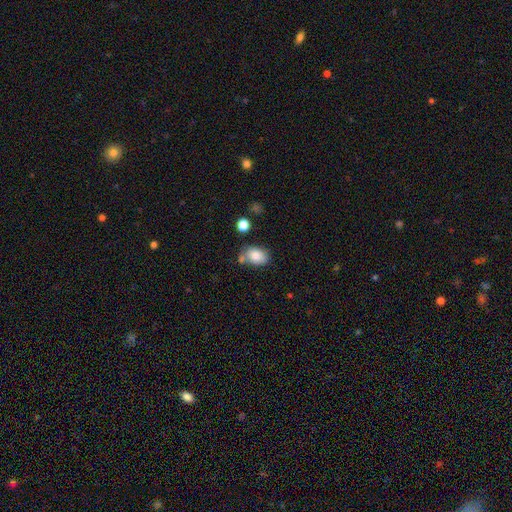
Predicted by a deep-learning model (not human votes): smooth-or-featured: smooth: 83% | featured or disk: 9% | star or artifact: 8%
  how-rounded: in between: 79% | round: 20% | cigar-shaped: 1%
  merging: none: 58% | minor disturbance: 20% | merger: 16% | major disturbance: 6%